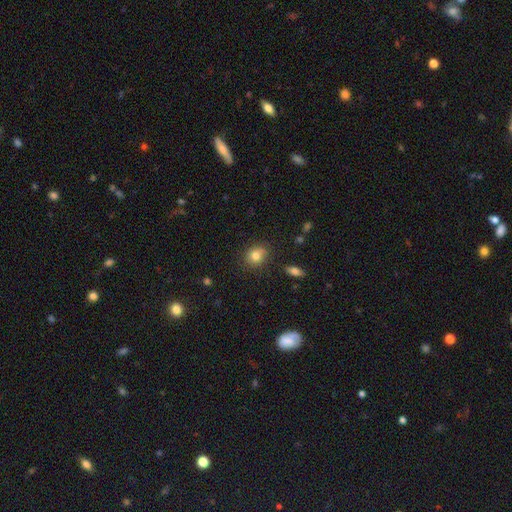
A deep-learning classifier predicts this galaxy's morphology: A smooth galaxy with no disk features (80%) that is round (68%). Merging: none (79%).